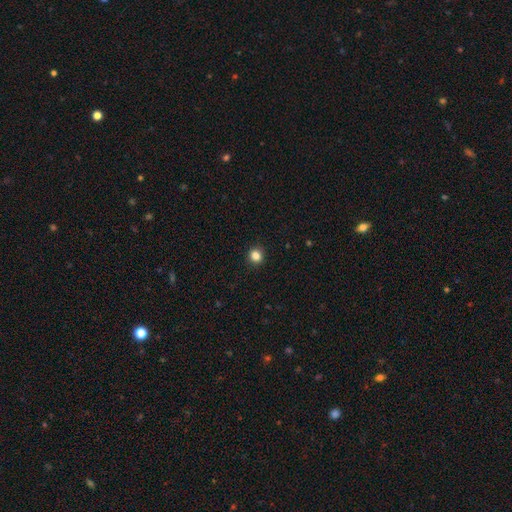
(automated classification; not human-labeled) smooth_or_featured: smooth (p=0.84) [alt: star or artifact p=0.12]
how_rounded: round (p=0.85) [alt: in between p=0.14]
merging: none (p=0.92) [alt: minor disturbance p=0.06]